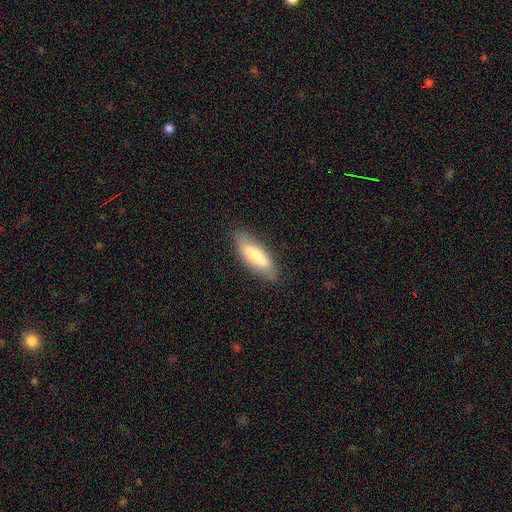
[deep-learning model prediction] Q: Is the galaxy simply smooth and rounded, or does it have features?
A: smooth — 73%.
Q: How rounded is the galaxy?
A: in between — 60%.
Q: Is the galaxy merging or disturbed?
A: none — 80%.